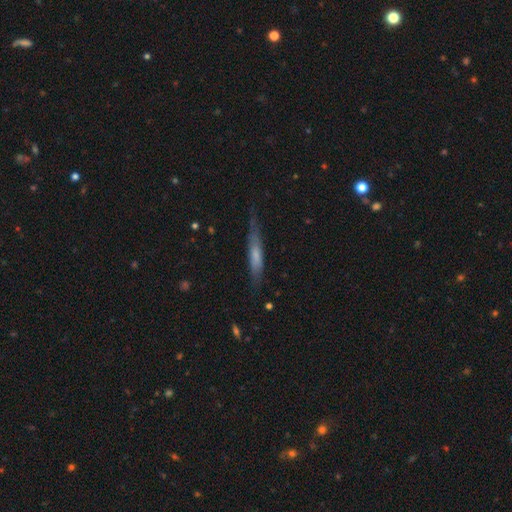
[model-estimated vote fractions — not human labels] A smooth galaxy with no disk features (58%) that is cigar-shaped (87%).

Vote fractions:
- Smooth or featured? smooth: 58% / featured or disk: 35% / star or artifact: 7%
- How rounded? cigar-shaped: 87% / in between: 11% / round: 2%
- Merging? none: 66% / minor disturbance: 24% / major disturbance: 8% / merger: 2%